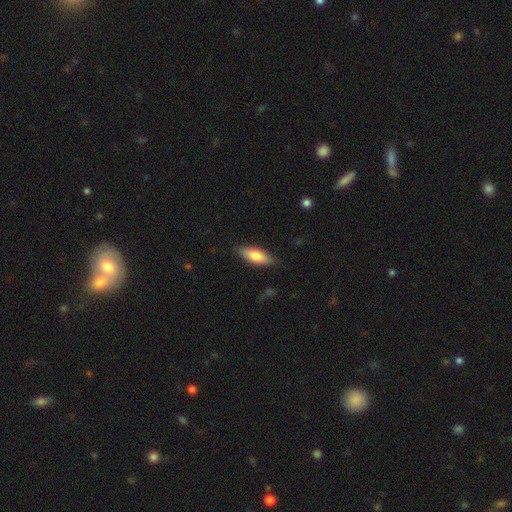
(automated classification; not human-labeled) Smooth or featured? Predicted: smooth (p=0.77). How rounded? Predicted: in between (p=0.66). Merging? Predicted: none (p=0.84).